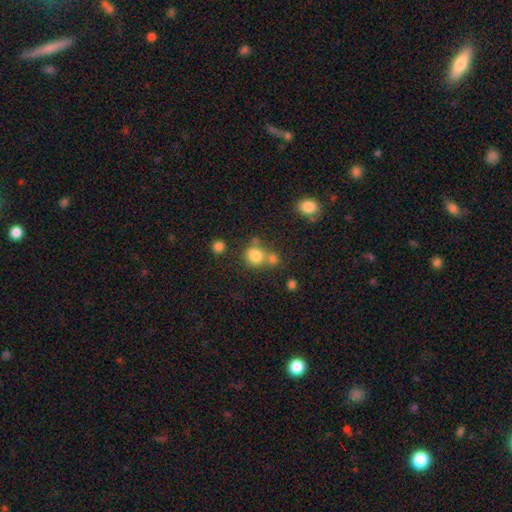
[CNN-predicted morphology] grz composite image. It shows a smooth galaxy with no disk features (79%) that is round (77%). Merging: none (48%).